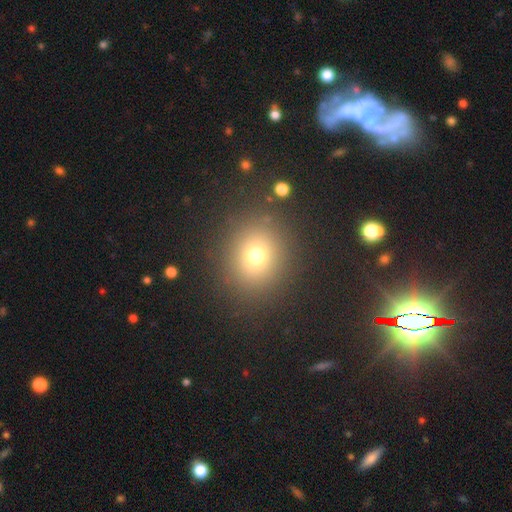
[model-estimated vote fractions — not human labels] Smooth or featured? smooth (71%)
How rounded? round (79%)
Merging? none (87%)